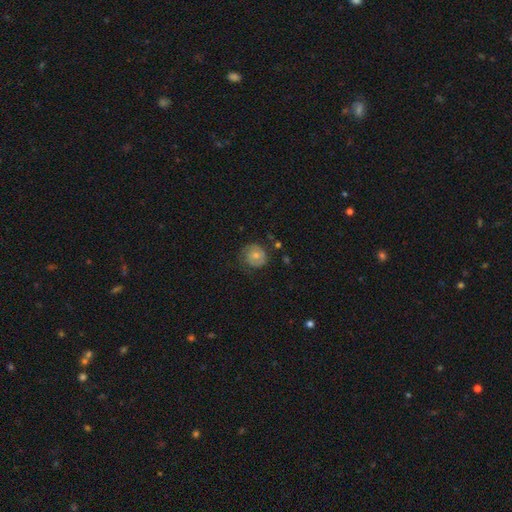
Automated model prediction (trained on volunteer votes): Overall: smooth (49%; featured or disk 43%). Merging: none (68%).